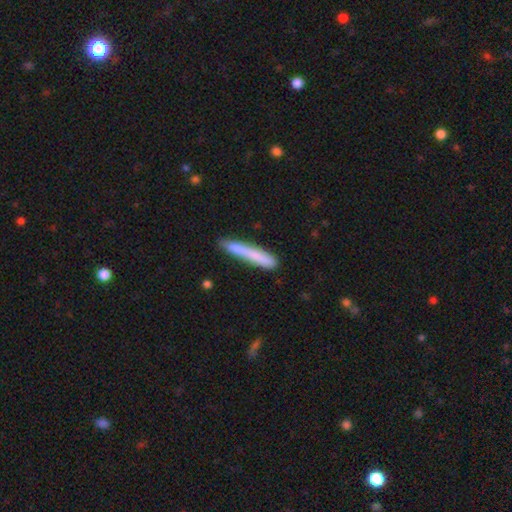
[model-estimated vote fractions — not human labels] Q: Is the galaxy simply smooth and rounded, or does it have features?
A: smooth — 75%.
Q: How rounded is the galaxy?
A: cigar-shaped — 95%.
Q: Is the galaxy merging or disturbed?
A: none — 76%.